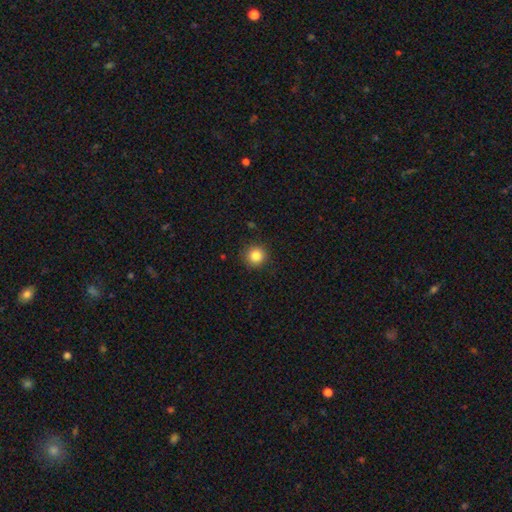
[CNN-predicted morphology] Smooth or featured? smooth (84%)
How rounded? round (94%)
Merging? none (90%)